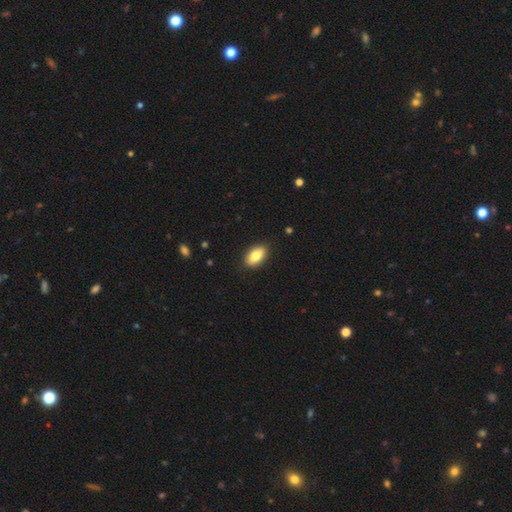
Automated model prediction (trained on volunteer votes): Overall: smooth (82%). How rounded: in between (91%). Merging: none (89%).